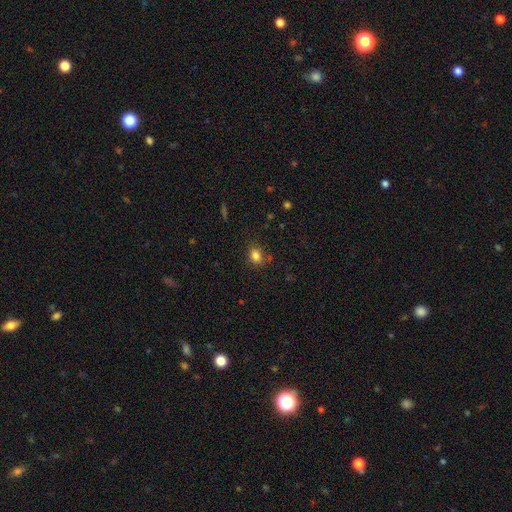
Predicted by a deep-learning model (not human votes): Smooth or featured? smooth (82%)
How rounded? in between (53%)
Merging? none (79%)